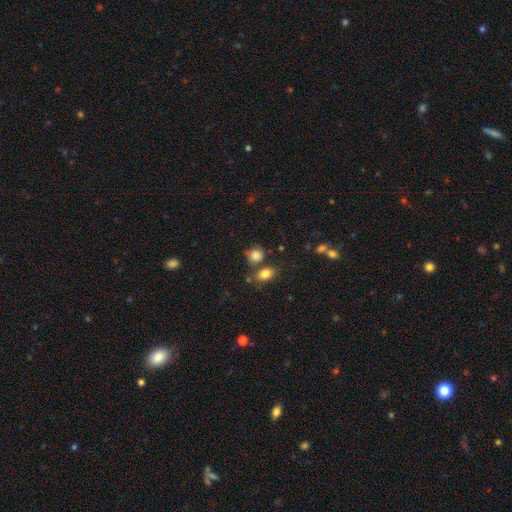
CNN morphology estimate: Smooth or featured?
  - smooth: 83% *
  - star or artifact: 10%
  - featured or disk: 6%
How rounded?
  - round: 72% *
  - in between: 27%
  - cigar-shaped: 1%
Merging?
  - none: 63% *
  - merger: 18%
  - minor disturbance: 15%
  - major disturbance: 5%